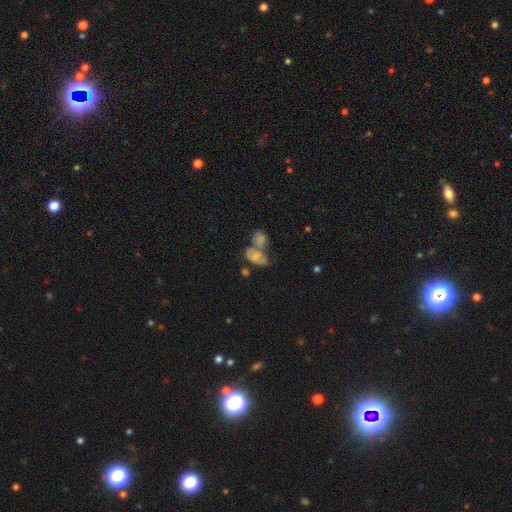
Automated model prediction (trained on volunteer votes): smooth 59%, featured or disk 29%, star or artifact 12%. Down the decision tree: how rounded — in between (84%); merging — merger (57%).